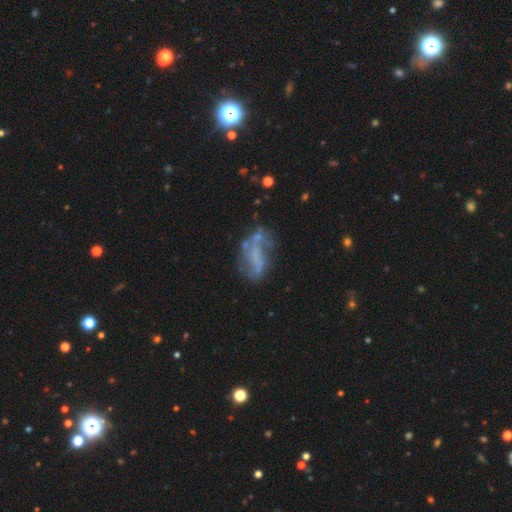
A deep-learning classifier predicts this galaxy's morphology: Smooth or featured? Predicted: featured or disk (p=0.62). Edge-on disk? Predicted: no (p=0.94). Bar? Predicted: no (p=0.52). Spiral arms? Predicted: yes (p=0.50, tied with no). Bulge size? Predicted: none (p=0.70). Merging? Predicted: none (p=0.44).